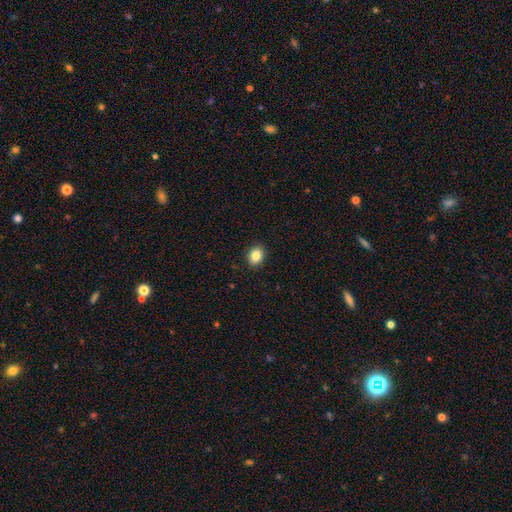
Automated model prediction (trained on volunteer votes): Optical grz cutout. It shows a smooth galaxy with no disk features (86%) that is in between round and cigar-shaped (62%). Merging: none (91%).